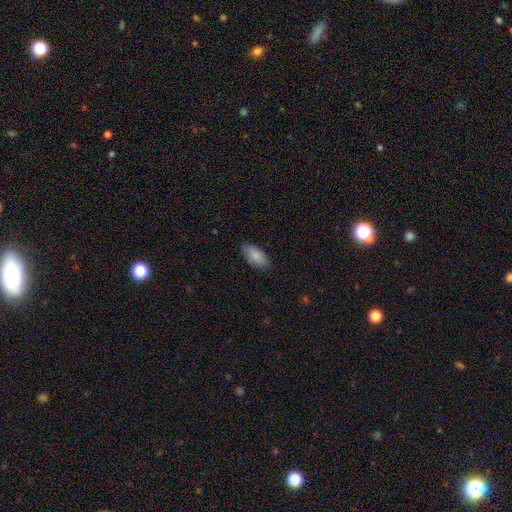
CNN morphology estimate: Smooth or featured?
  - smooth: 86% *
  - featured or disk: 8%
  - star or artifact: 6%
How rounded?
  - in between: 89% *
  - cigar-shaped: 10%
  - round: 2%
Merging?
  - none: 85% *
  - minor disturbance: 12%
  - major disturbance: 2%
  - merger: 1%